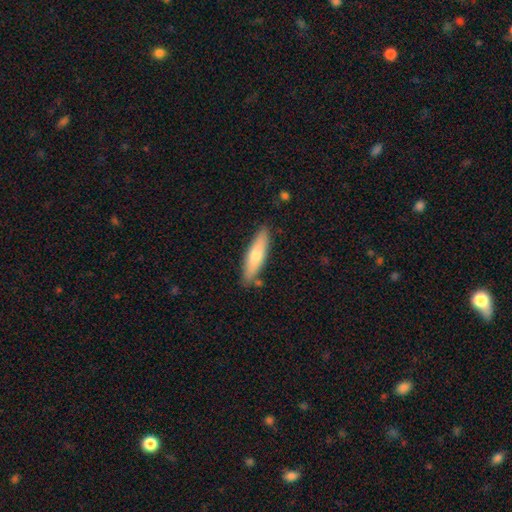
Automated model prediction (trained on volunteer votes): A smooth galaxy with no disk features (64%) that is cigar-shaped (69%). Merging: none (84%).